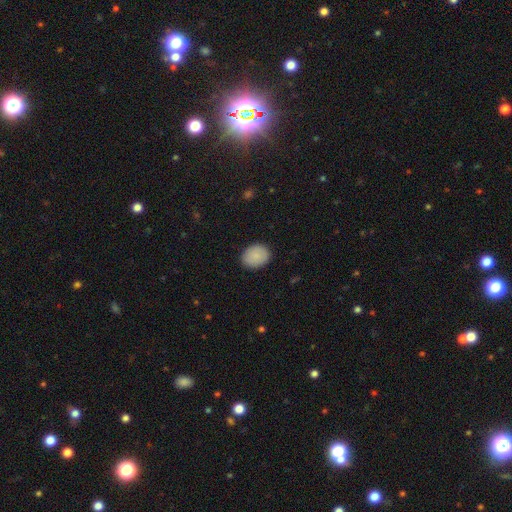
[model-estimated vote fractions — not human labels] smooth 89%, star or artifact 7%, featured or disk 4%. Down the decision tree: how rounded — in between (53%); merging — none (88%).